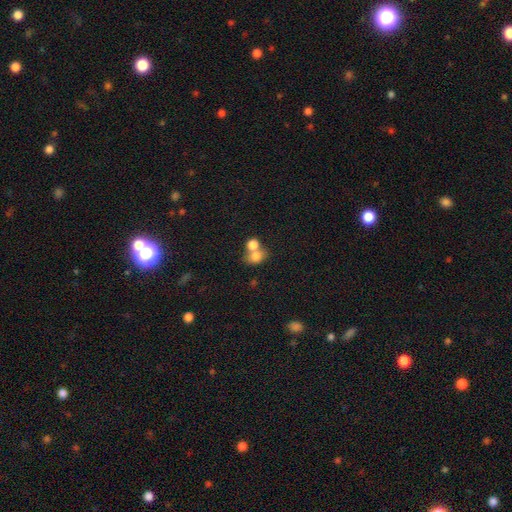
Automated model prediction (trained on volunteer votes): smooth-or-featured: smooth: 76% | featured or disk: 12% | star or artifact: 11%
  how-rounded: round: 54% | in between: 45% | cigar-shaped: 1%
  merging: merger: 54% | none: 33% | minor disturbance: 8% | major disturbance: 4%